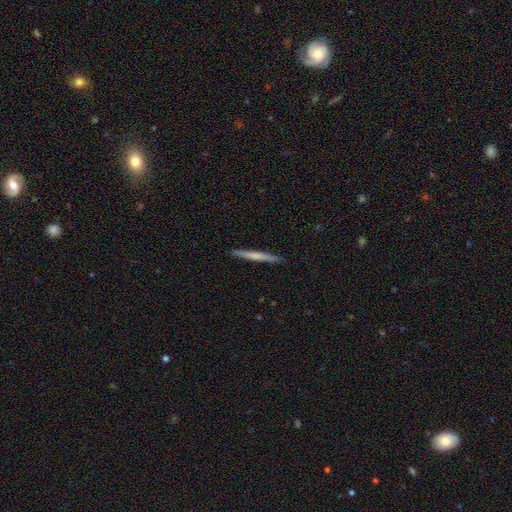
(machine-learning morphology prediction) Q: Smooth or featured?
A: smooth (59%); runner-up: featured or disk (36%)
Q: How rounded?
A: cigar-shaped (97%); runner-up: in between (2%)
Q: Merging?
A: none (92%); runner-up: minor disturbance (6%)